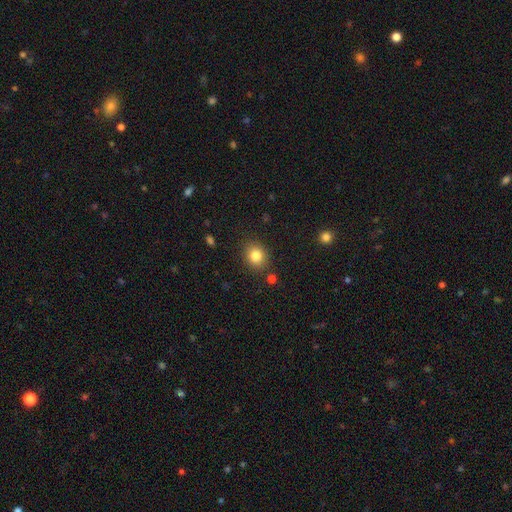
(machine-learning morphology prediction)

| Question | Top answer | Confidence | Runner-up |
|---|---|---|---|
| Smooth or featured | smooth | 83% | star or artifact (11%) |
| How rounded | round | 71% | in between (28%) |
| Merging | none | 85% | minor disturbance (9%) |